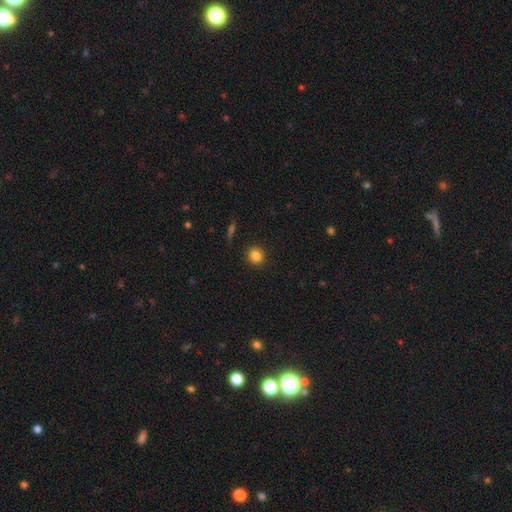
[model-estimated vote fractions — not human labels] Morphology: type=smooth (83%); roundness=round (90%); merging=none (91%).